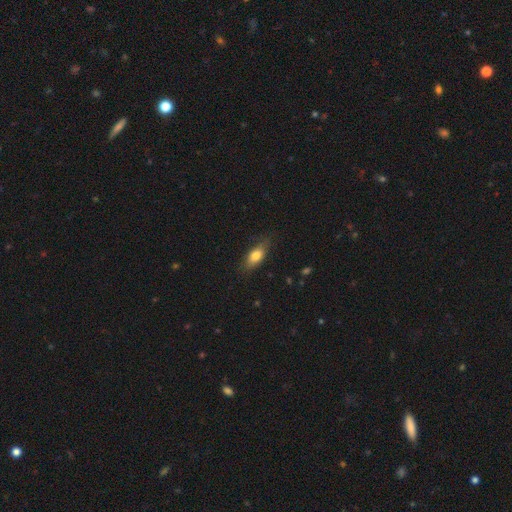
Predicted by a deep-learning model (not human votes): This appears to be a smooth galaxy with no disk features (77%) that is in between round and cigar-shaped (80%). Merging: none (78%).